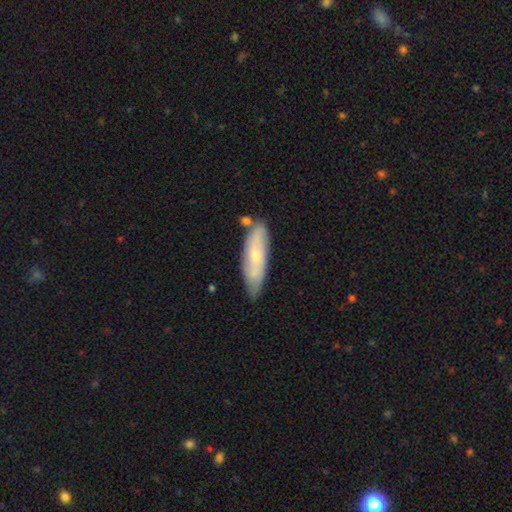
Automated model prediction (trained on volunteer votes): Smooth or featured? smooth (51%)
How rounded? cigar-shaped (56%)
Merging? none (70%)